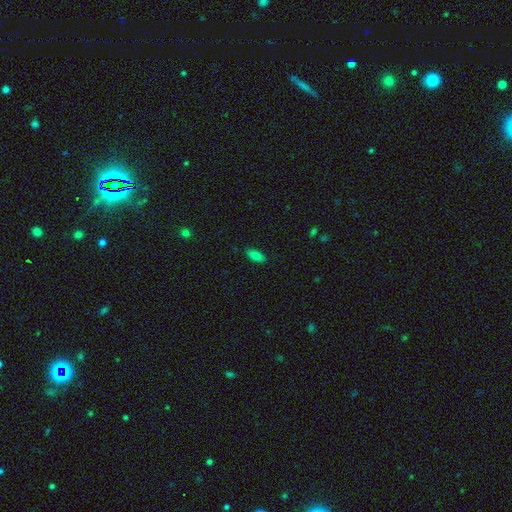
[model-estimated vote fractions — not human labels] Morphology: type=smooth (81%); roundness=in between (87%); merging=none (86%).